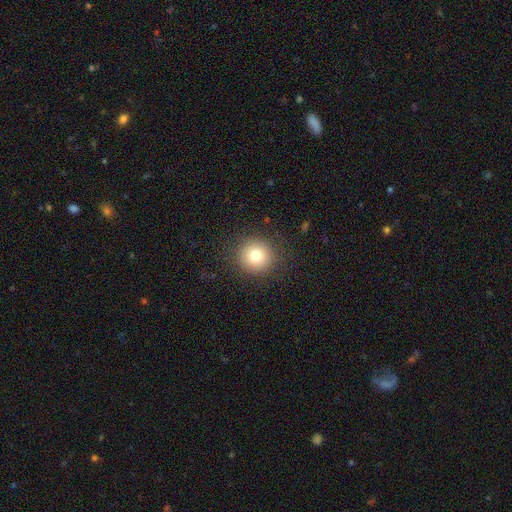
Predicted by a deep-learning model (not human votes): A smooth galaxy with no disk features (79%) that is round (93%). Merging: none (89%).